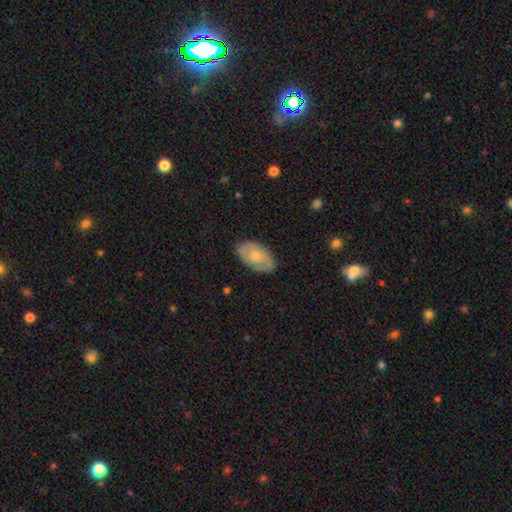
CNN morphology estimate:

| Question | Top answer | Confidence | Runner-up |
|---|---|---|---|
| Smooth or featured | smooth | 57% | featured or disk (37%) |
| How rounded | in between | 93% | round (5%) |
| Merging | none | 82% | minor disturbance (14%) |